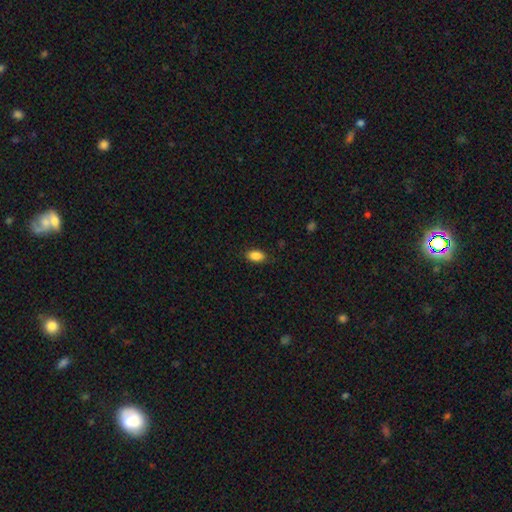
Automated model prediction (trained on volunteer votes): Morphology: type=smooth (88%); roundness=in between (91%); merging=none (85%).